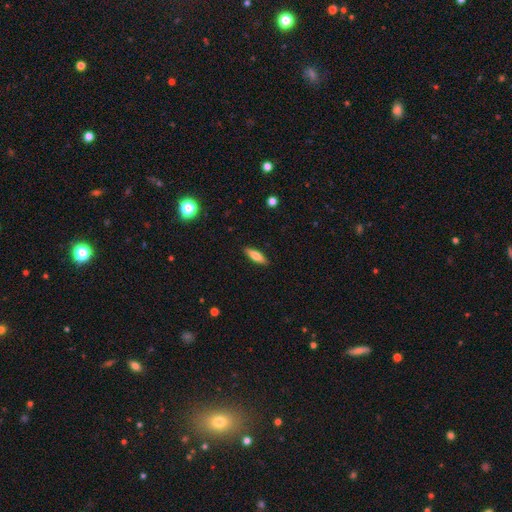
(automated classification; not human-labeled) Morphology: type=smooth (71%); roundness=cigar-shaped (53%); merging=none (89%).